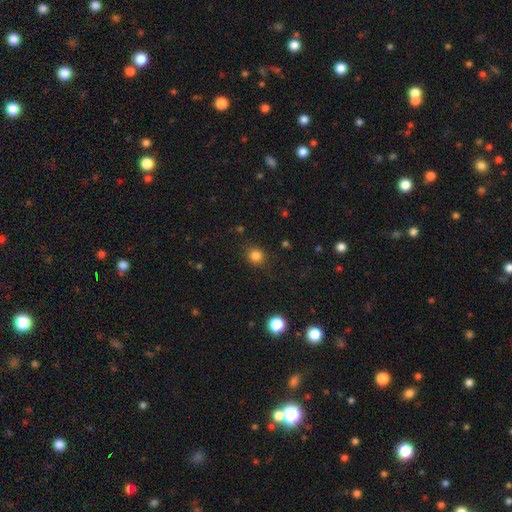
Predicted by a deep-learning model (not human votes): A smooth galaxy with no disk features (82%) that is round (84%). Merging: none (84%).